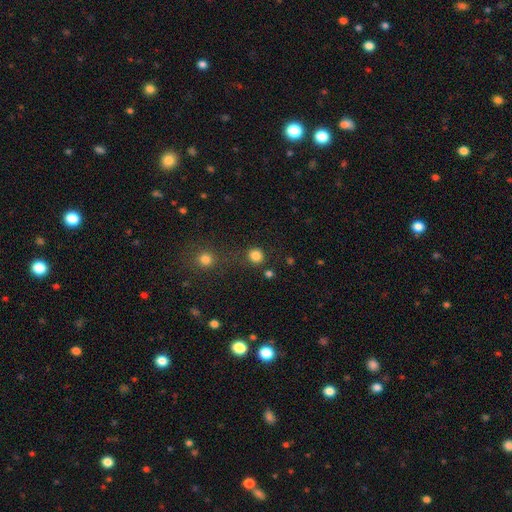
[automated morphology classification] Overall: smooth (83%). How rounded: round (90%). Merging: none (81%).